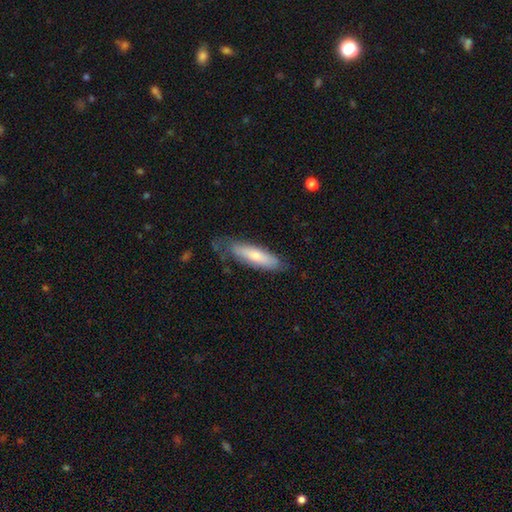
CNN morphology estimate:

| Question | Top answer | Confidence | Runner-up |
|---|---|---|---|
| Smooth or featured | smooth | 64% | featured or disk (30%) |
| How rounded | cigar-shaped | 61% | in between (37%) |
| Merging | none | 60% | minor disturbance (27%) |